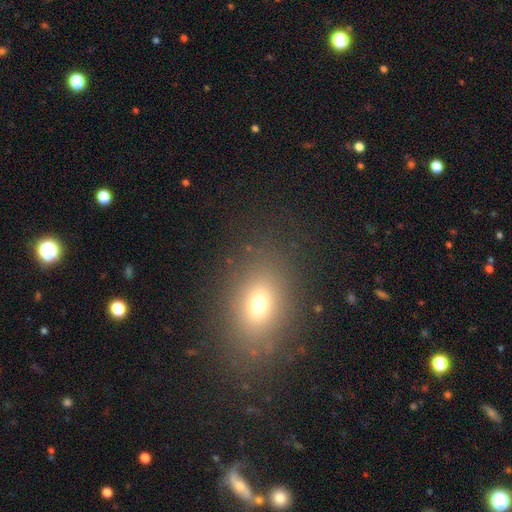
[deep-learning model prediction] The model was most divided on "smooth or featured": smooth: 62%, star or artifact: 24%, featured or disk: 14%. More confident: merging — none (86%); how rounded — in between (74%).